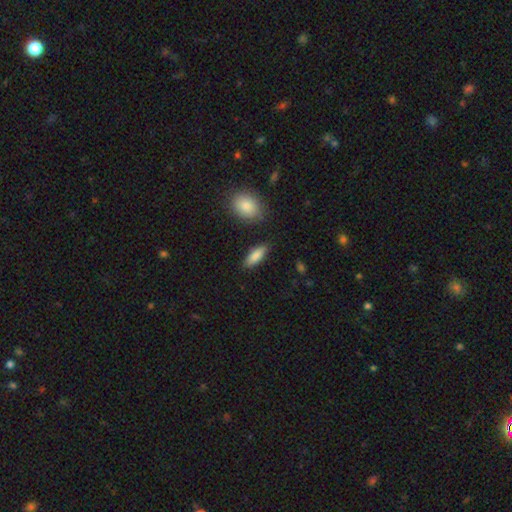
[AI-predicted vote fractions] This is clearly a smooth galaxy (83%). How rounded: likely in between (63%). Merging: clearly none (84%).